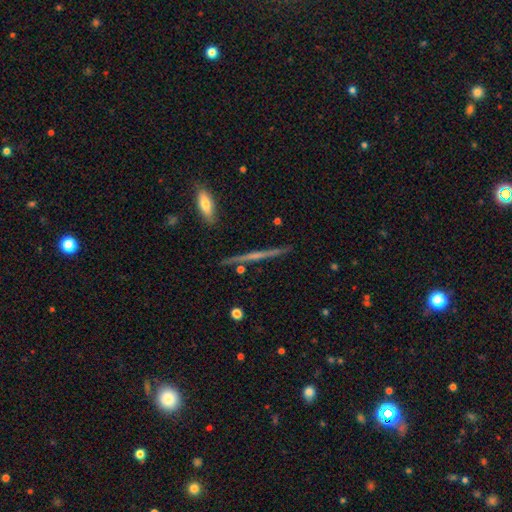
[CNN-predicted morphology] Smooth or featured: featured or disk — 66% (smooth — 25%)
Edge-on disk: yes — 97% (no — 3%)
Edge-on bulge: none — 61% (rounded — 29%)
Merging: none — 89% (minor disturbance — 8%)